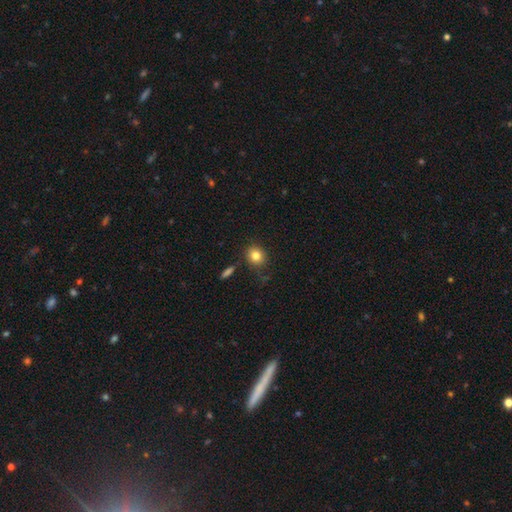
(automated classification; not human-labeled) smooth-or-featured: smooth: 83% | star or artifact: 10% | featured or disk: 7%
  how-rounded: round: 78% | in between: 21% | cigar-shaped: 1%
  merging: none: 82% | minor disturbance: 11% | merger: 4% | major disturbance: 3%